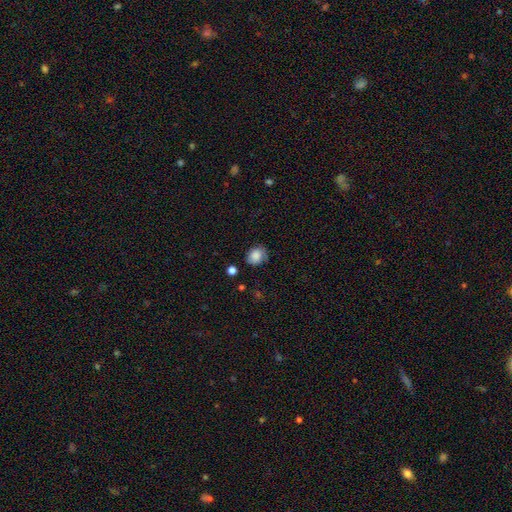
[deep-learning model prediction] Overall: smooth (84%). How rounded: round (55%; in between 44%). Merging: none (69%).